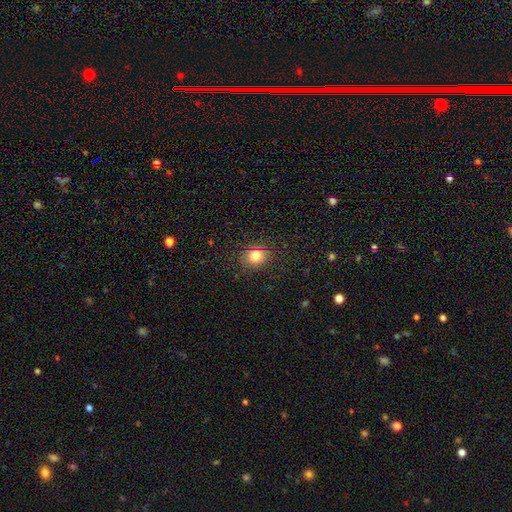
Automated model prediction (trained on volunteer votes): Smooth or featured? Predicted: smooth (p=0.80). How rounded? Predicted: round (p=0.62). Merging? Predicted: none (p=0.85).